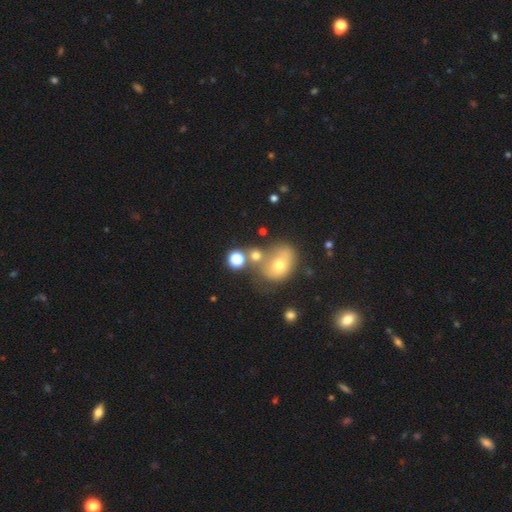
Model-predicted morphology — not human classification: The model was most divided on "merging": merger: 39%, none: 36%, minor disturbance: 14%, major disturbance: 11%. More confident: smooth or featured — smooth (64%); how rounded — round (61%).